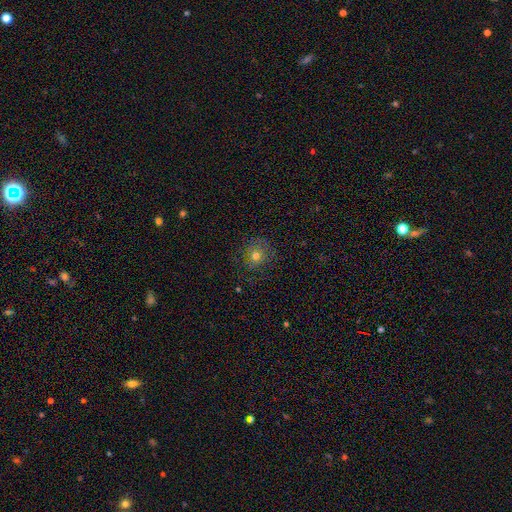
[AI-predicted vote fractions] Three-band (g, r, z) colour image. It shows a smooth galaxy with no disk features (67%) that is round (80%). Merging: none (76%).